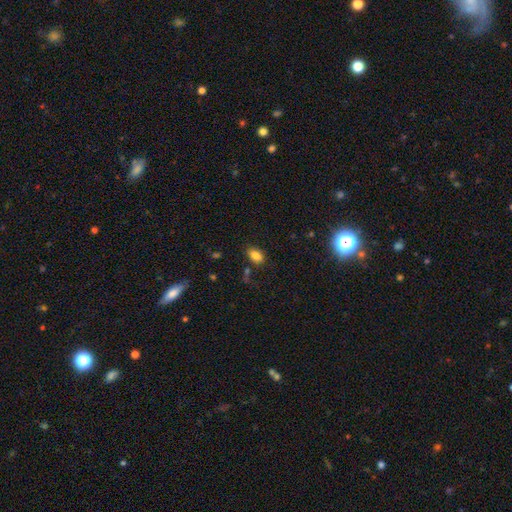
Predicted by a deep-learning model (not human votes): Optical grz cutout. It shows a smooth galaxy with no disk features (83%) that is in between round and cigar-shaped (86%). Merging: none (77%).